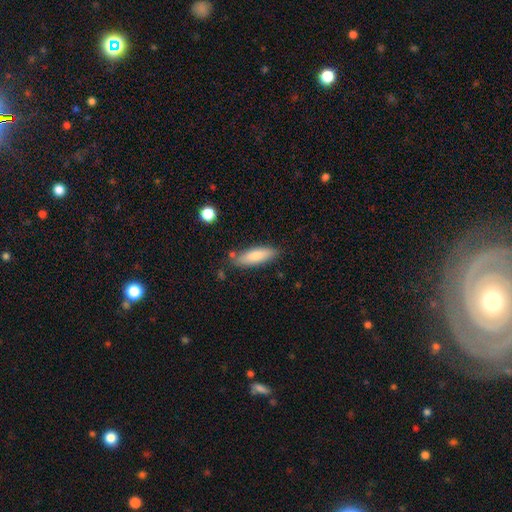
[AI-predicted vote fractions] Smooth or featured? Predicted: smooth (p=0.80). How rounded? Predicted: cigar-shaped (p=0.52). Merging? Predicted: none (p=0.78).